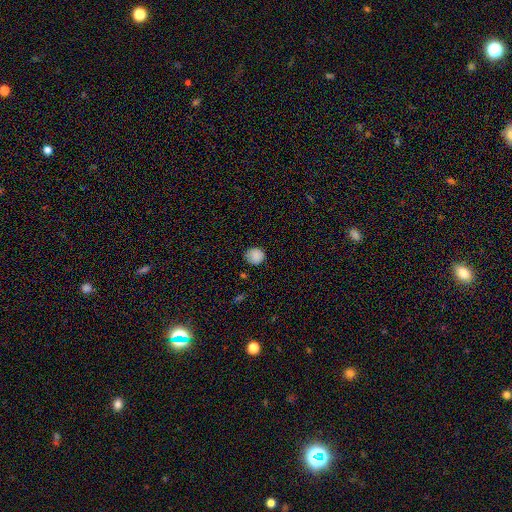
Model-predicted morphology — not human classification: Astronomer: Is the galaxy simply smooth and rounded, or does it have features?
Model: smooth — 86%.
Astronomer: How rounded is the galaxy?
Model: round — 87%.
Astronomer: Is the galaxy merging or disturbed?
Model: none — 80%.